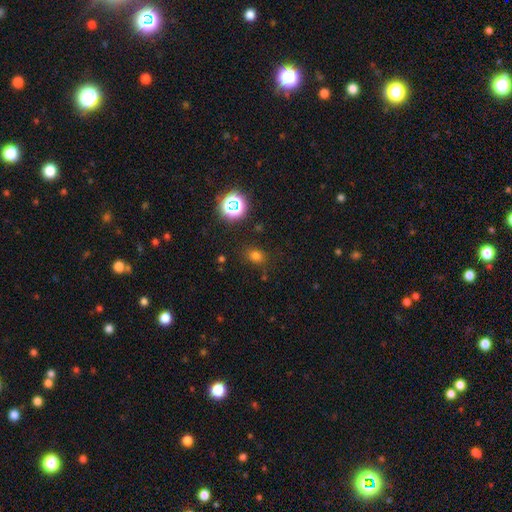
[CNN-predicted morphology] Overall: smooth (70%). How rounded: in between (53%; round 46%). Merging: none (79%).